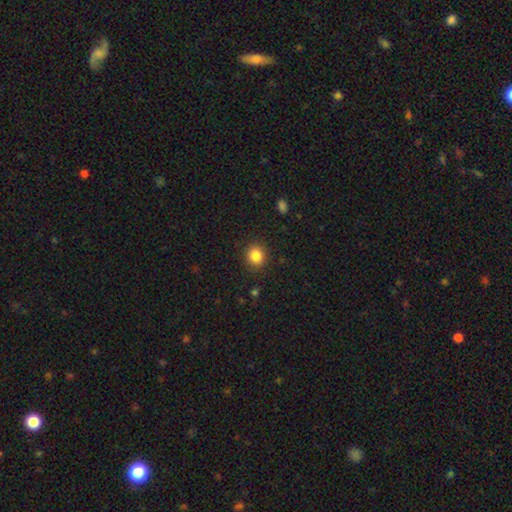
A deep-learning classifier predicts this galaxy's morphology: This appears to be a smooth galaxy with no disk features (84%) that is round (83%). Merging: none (90%).